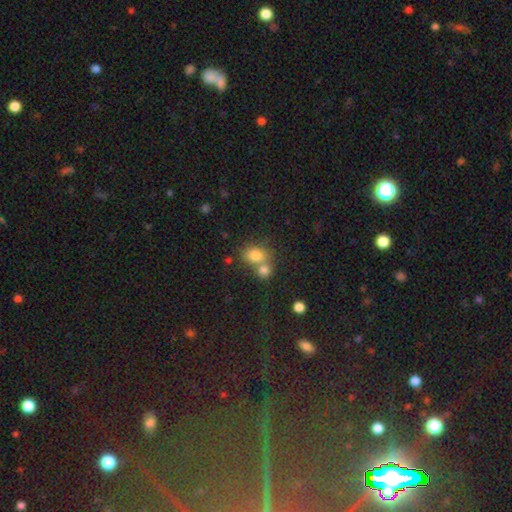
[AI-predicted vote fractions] Morphology: type=smooth (79%); roundness=round (55%); merging=merger (47%).